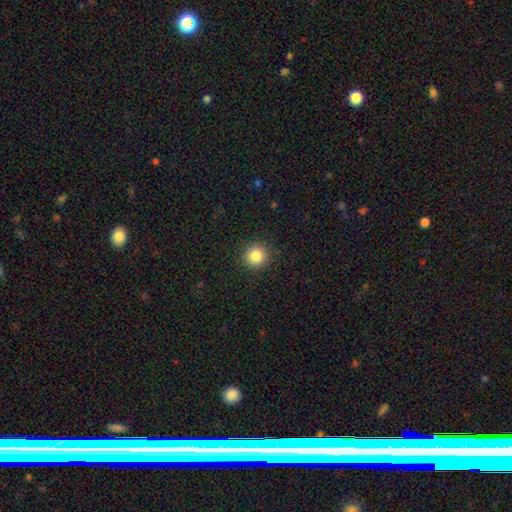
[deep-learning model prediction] smooth_or_featured: smooth (p=0.85) [alt: star or artifact p=0.10]
how_rounded: round (p=0.94) [alt: in between p=0.05]
merging: none (p=0.91) [alt: minor disturbance p=0.06]